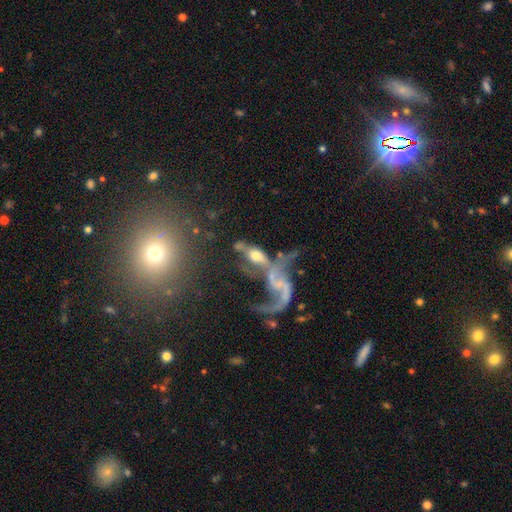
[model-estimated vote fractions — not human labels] Q: Smooth or featured?
A: featured or disk (58%); runner-up: smooth (30%)
Q: Edge-on disk?
A: no (84%); runner-up: yes (16%)
Q: Merging?
A: merger (55%); runner-up: major disturbance (19%)